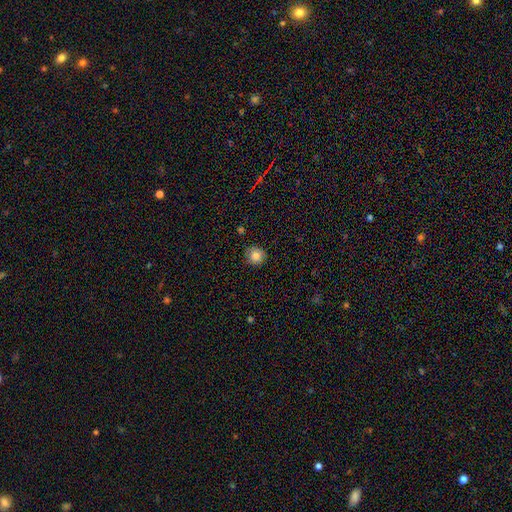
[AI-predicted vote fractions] smooth 84%, star or artifact 10%, featured or disk 6%. Down the decision tree: how rounded — round (92%); merging — none (87%).